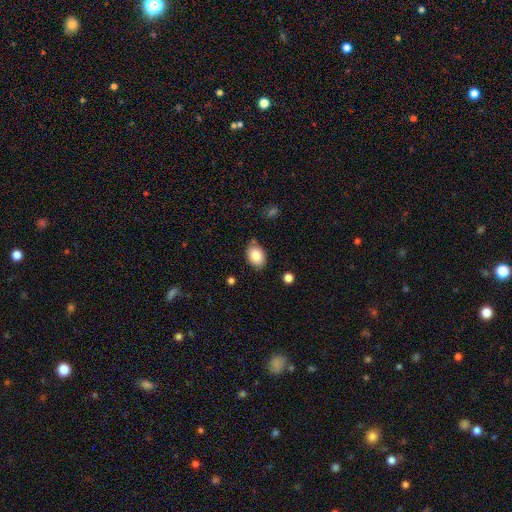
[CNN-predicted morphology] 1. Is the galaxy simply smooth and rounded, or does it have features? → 83% smooth, 10% featured or disk, 8% star or artifact.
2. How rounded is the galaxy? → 82% in between, 17% round, 1% cigar-shaped.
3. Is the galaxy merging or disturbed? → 74% none, 19% minor disturbance, 4% major disturbance, 3% merger.